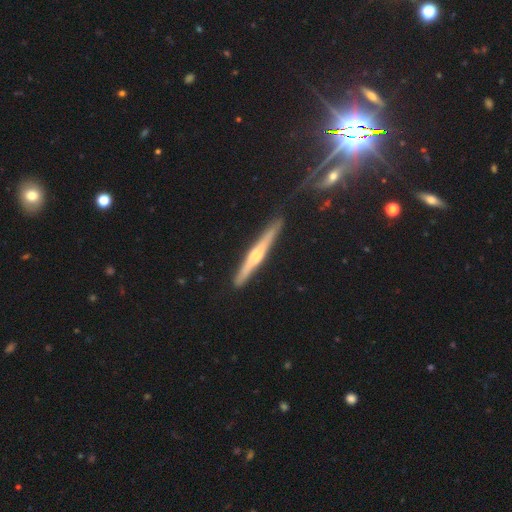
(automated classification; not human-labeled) featured or disk 69%, smooth 25%, star or artifact 6%. Down the decision tree: edge-on disk — yes (97%); edge-on bulge — rounded (74%); merging — none (87%).